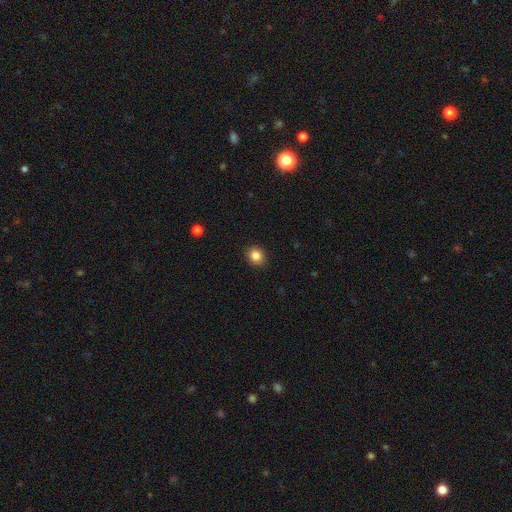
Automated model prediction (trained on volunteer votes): smooth_or_featured: smooth (p=0.85) [alt: star or artifact p=0.10]
how_rounded: round (p=0.78) [alt: in between p=0.21]
merging: none (p=0.90) [alt: minor disturbance p=0.07]